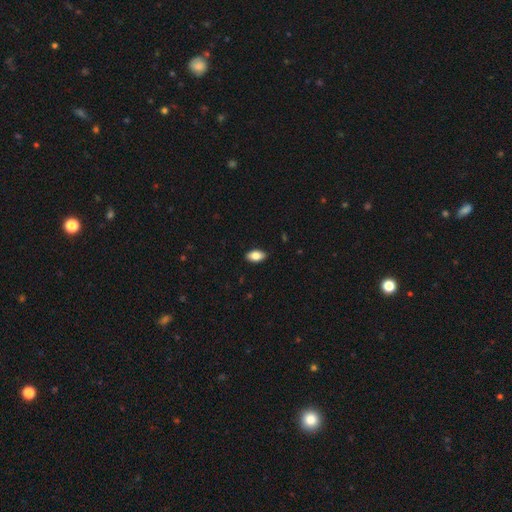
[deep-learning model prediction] This is clearly a smooth galaxy (84%). How rounded: clearly in between (92%). Merging: clearly none (88%).